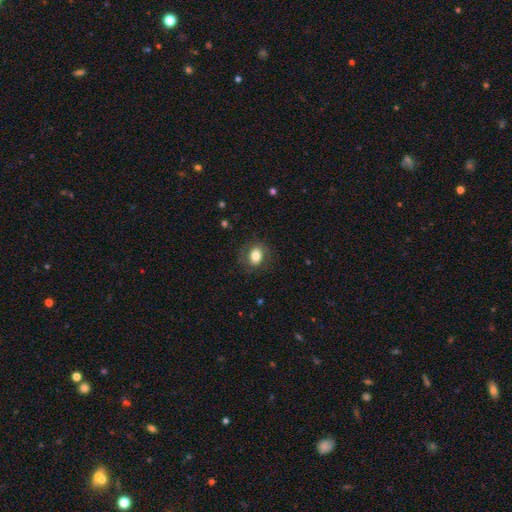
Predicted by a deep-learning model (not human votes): Smooth or featured? Predicted: smooth (p=0.77). How rounded? Predicted: in between (p=0.62). Merging? Predicted: none (p=0.79).